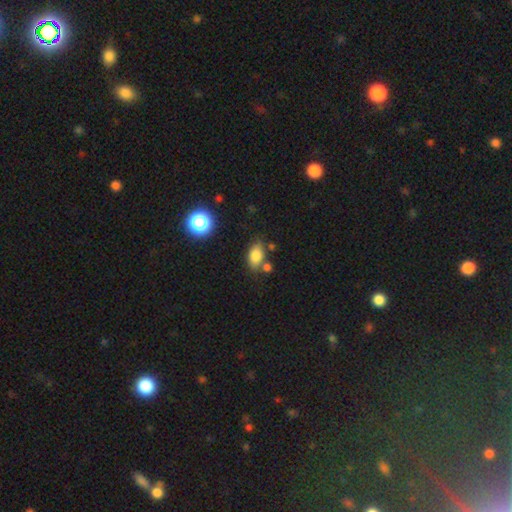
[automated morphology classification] A smooth galaxy with no disk features (81%) that is in between round and cigar-shaped (85%).

Vote fractions:
- Smooth or featured? smooth: 81% / star or artifact: 11% / featured or disk: 8%
- How rounded? in between: 85% / round: 12% / cigar-shaped: 3%
- Merging? none: 67% / minor disturbance: 15% / merger: 13% / major disturbance: 4%